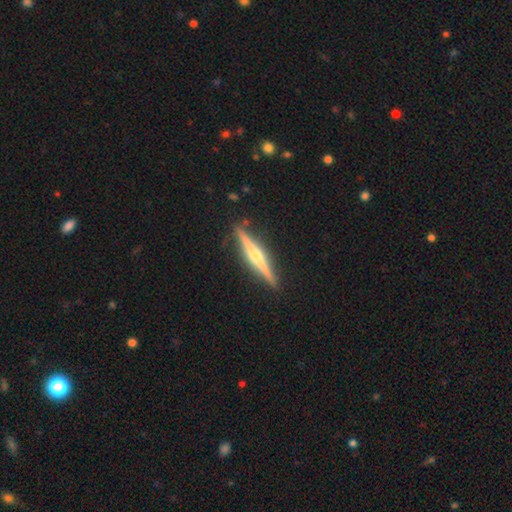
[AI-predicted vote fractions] The model was most divided on "smooth or featured": featured or disk: 81%, smooth: 15%, star or artifact: 5%. More confident: edge-on disk — yes (98%); edge-on bulge — rounded (92%); merging — none (90%).